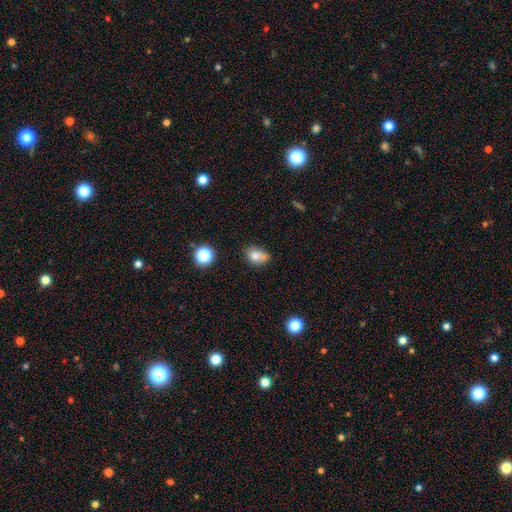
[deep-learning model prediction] Smooth or featured: smooth — 76% (featured or disk — 13%)
How rounded: in between — 70% (round — 29%)
Merging: none — 46% (minor disturbance — 27%)